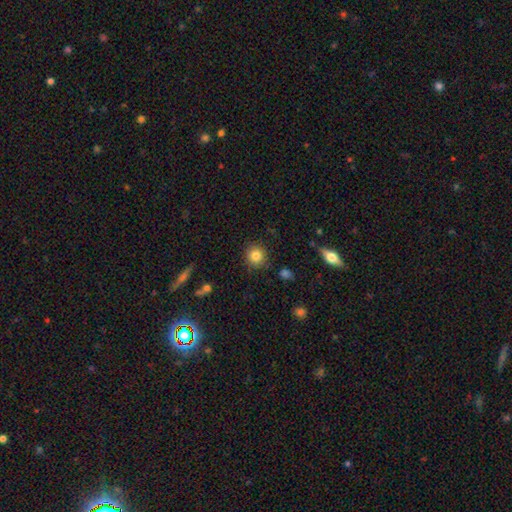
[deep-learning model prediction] Q: Smooth or featured?
A: smooth (83%); runner-up: star or artifact (11%)
Q: How rounded?
A: round (92%); runner-up: in between (7%)
Q: Merging?
A: none (89%); runner-up: minor disturbance (7%)